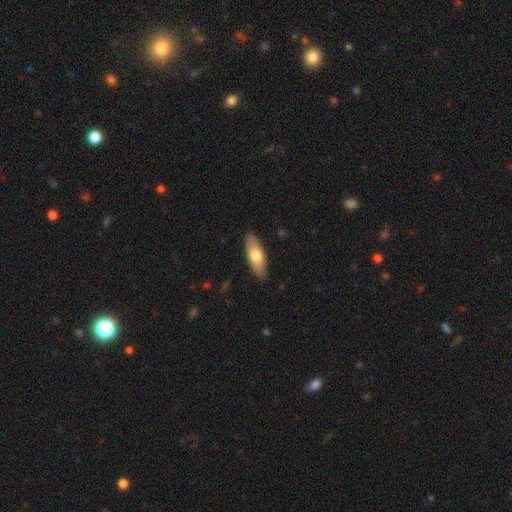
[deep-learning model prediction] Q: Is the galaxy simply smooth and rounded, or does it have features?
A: smooth — 67%.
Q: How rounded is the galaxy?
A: in between — 66%.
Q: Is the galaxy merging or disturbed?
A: none — 88%.